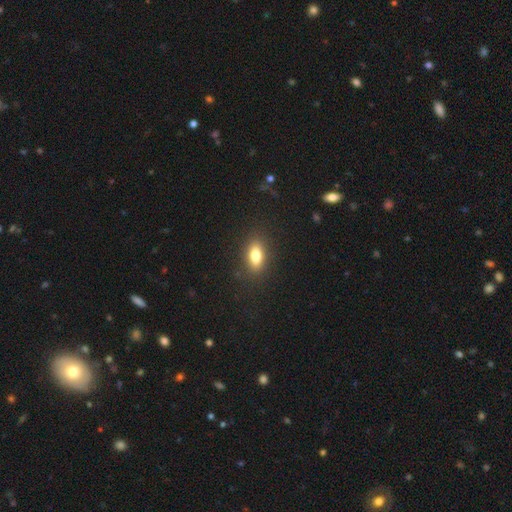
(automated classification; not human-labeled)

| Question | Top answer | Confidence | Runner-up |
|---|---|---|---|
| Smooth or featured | smooth | 80% | featured or disk (11%) |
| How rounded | in between | 84% | cigar-shaped (8%) |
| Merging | none | 86% | minor disturbance (10%) |